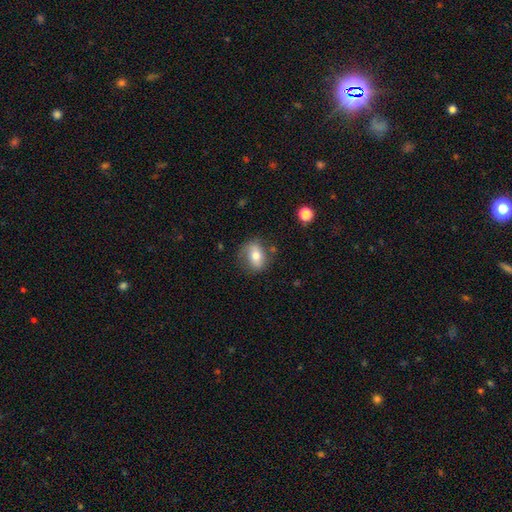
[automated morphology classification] The model was most divided on "how rounded": in between: 67%, round: 30%, cigar-shaped: 3%. More confident: merging — none (68%); smooth or featured — smooth (64%).